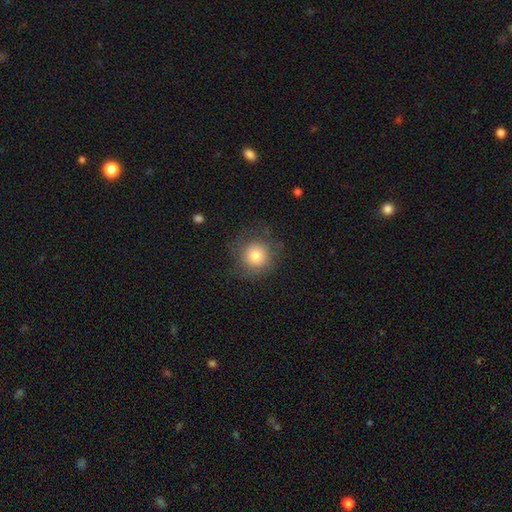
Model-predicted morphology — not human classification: smooth_or_featured: smooth (p=0.76) [alt: featured or disk p=0.14]
how_rounded: round (p=0.93) [alt: in between p=0.06]
merging: none (p=0.76) [alt: minor disturbance p=0.14]